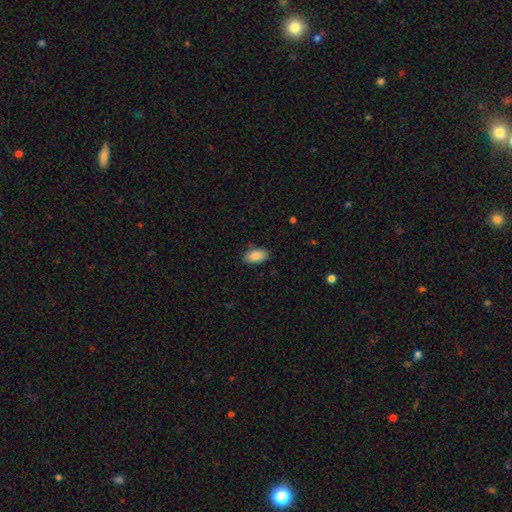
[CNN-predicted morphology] This is clearly a smooth galaxy (87%). How rounded: clearly in between (94%). Merging: clearly none (85%).